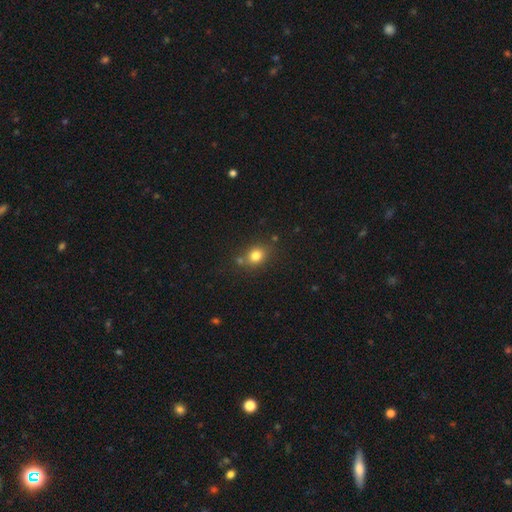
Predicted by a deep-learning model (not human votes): Smooth or featured: smooth — 79% (star or artifact — 13%)
How rounded: round — 63% (in between — 36%)
Merging: none — 70% (minor disturbance — 13%)